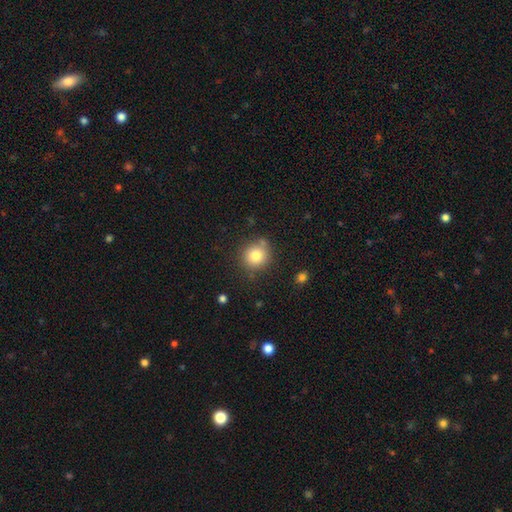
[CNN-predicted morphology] Smooth or featured: smooth — 80% (star or artifact — 11%)
How rounded: round — 89% (in between — 10%)
Merging: none — 78% (minor disturbance — 13%)